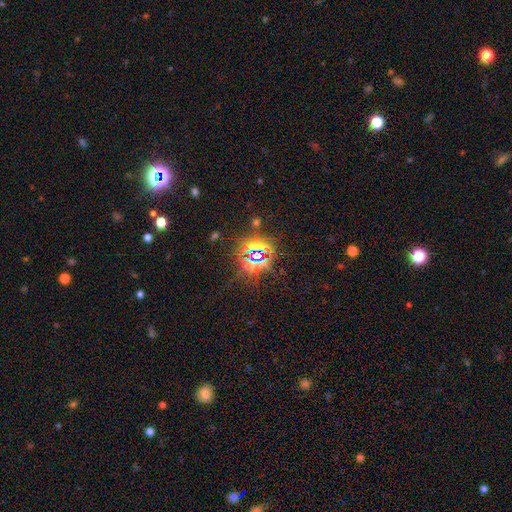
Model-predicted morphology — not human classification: Q: Smooth or featured?
A: star or artifact (80%); runner-up: smooth (12%)